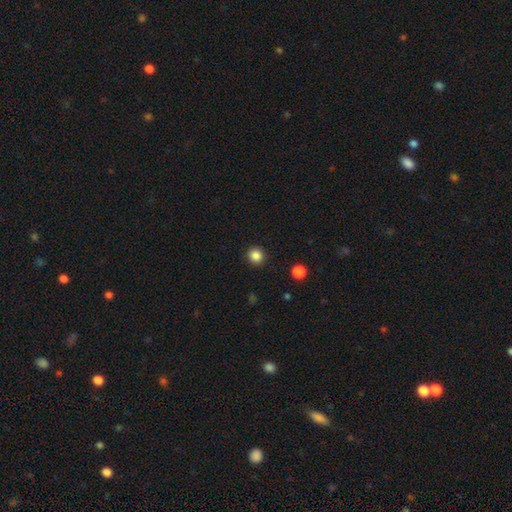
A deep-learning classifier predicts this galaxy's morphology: This appears to be a smooth galaxy with no disk features (85%) that is round (91%). Merging: none (92%).